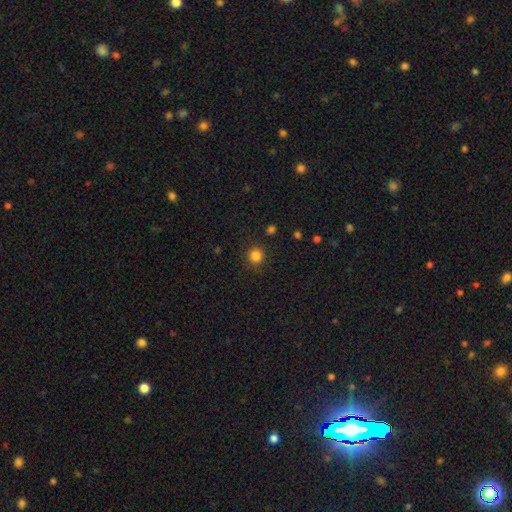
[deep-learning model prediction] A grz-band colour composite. It shows a smooth galaxy with no disk features (84%) that is round (93%). Merging: none (90%).